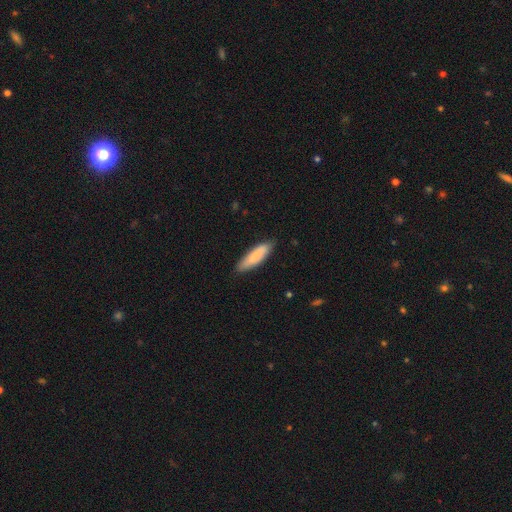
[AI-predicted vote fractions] Smooth or featured? Predicted: smooth (p=0.81). How rounded? Predicted: cigar-shaped (p=0.61). Merging? Predicted: none (p=0.84).